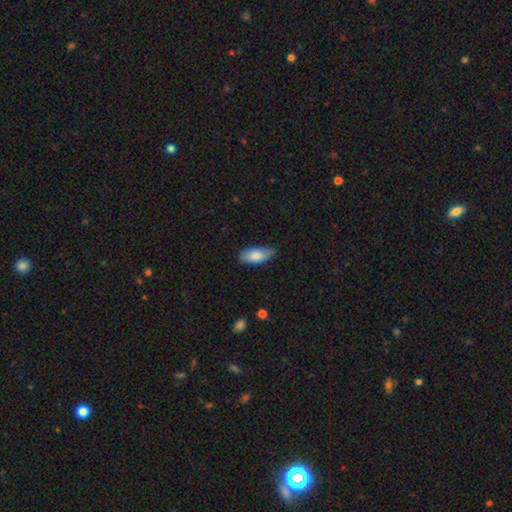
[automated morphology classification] A smooth galaxy with no disk features (82%) that is in between round and cigar-shaped (84%).

Vote fractions:
- Smooth or featured? smooth: 82% / featured or disk: 13% / star or artifact: 6%
- How rounded? in between: 84% / cigar-shaped: 14% / round: 2%
- Merging? none: 75% / minor disturbance: 21% / major disturbance: 3% / merger: 1%